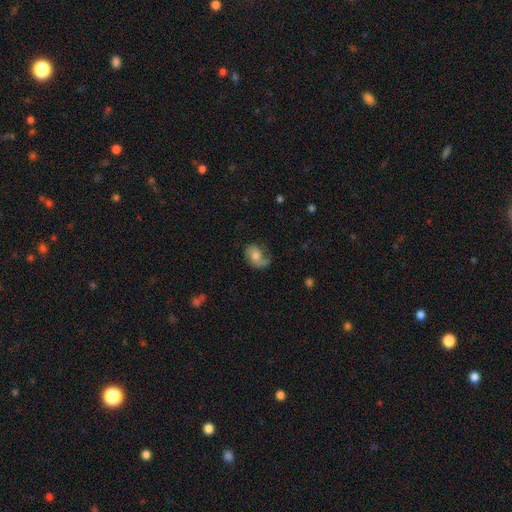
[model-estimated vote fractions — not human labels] featured or disk 55%, smooth 37%, star or artifact 8%. Down the decision tree: edge-on disk — no (97%); bar — no (63%); spiral arms — yes (87%); bulge size — moderate (60%); merging — none (57%).